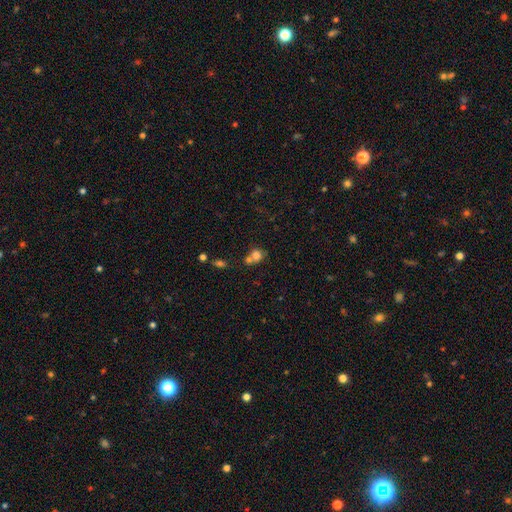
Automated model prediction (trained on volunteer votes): Smooth or featured? smooth (76%)
How rounded? round (73%)
Merging? merger (47%)